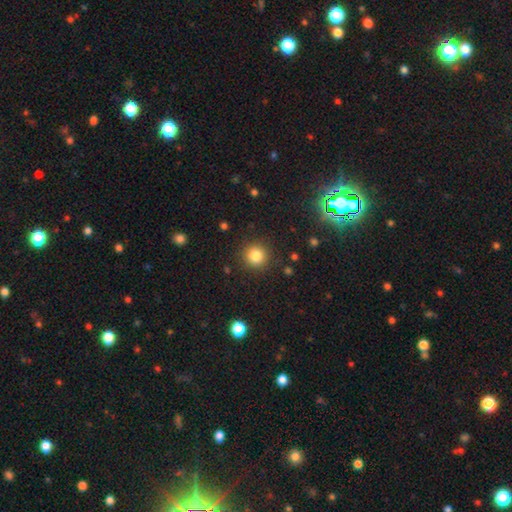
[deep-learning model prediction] Smooth or featured?
  - smooth: 83% *
  - star or artifact: 12%
  - featured or disk: 5%
How rounded?
  - round: 93% *
  - in between: 6%
  - cigar-shaped: 1%
Merging?
  - none: 90% *
  - minor disturbance: 6%
  - major disturbance: 3%
  - merger: 1%